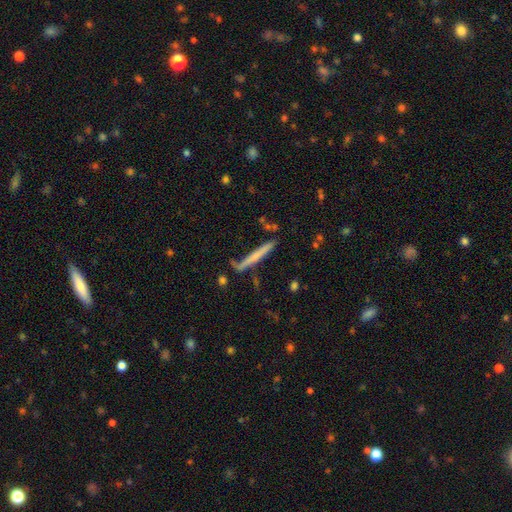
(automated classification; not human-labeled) Overall: smooth (53%; featured or disk 40%). How rounded: cigar-shaped (96%). Merging: none (76%).